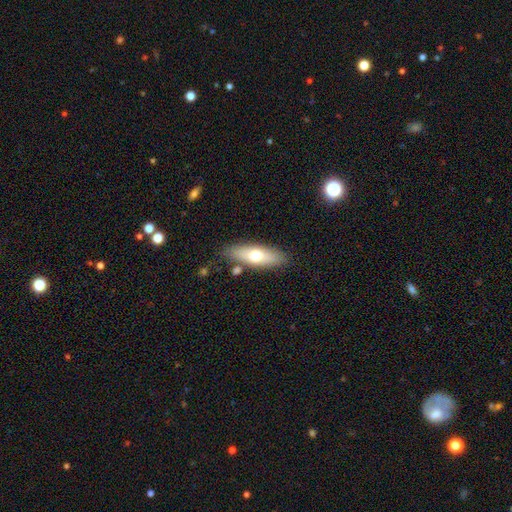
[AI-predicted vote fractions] A smooth galaxy with no disk features (61%) that is in between round and cigar-shaped (57%).

Vote fractions:
- Smooth or featured? smooth: 61% / featured or disk: 33% / star or artifact: 6%
- How rounded? in between: 57% / cigar-shaped: 40% / round: 3%
- Merging? none: 80% / minor disturbance: 12% / merger: 5% / major disturbance: 3%